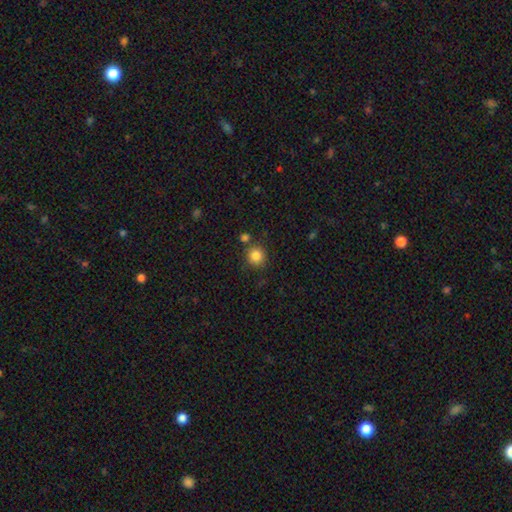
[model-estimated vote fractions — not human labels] This appears to be a smooth galaxy with no disk features (85%) that is round (90%). Merging: none (79%).